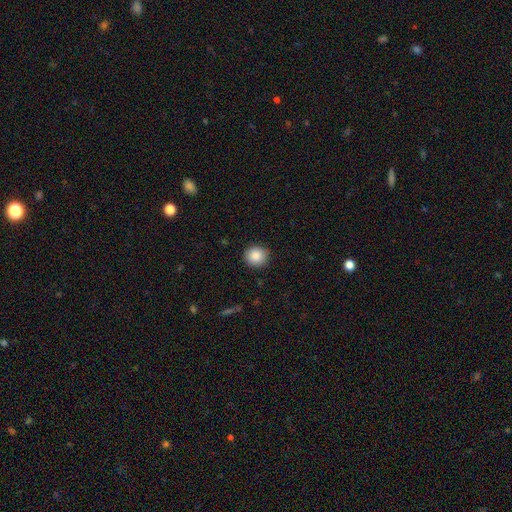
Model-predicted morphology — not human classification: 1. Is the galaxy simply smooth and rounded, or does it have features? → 87% smooth, 9% star or artifact, 4% featured or disk.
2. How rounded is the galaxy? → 90% round, 9% in between, 1% cigar-shaped.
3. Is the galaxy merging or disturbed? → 91% none, 6% minor disturbance, 2% major disturbance, 1% merger.